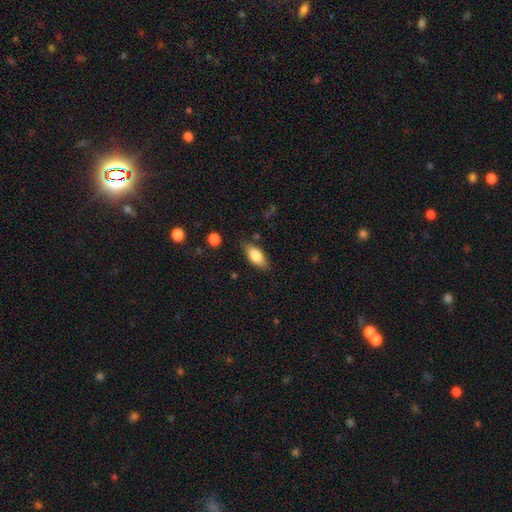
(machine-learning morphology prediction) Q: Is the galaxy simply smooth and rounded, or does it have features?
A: smooth — 80%.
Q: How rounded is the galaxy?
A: in between — 85%.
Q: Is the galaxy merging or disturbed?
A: none — 81%.